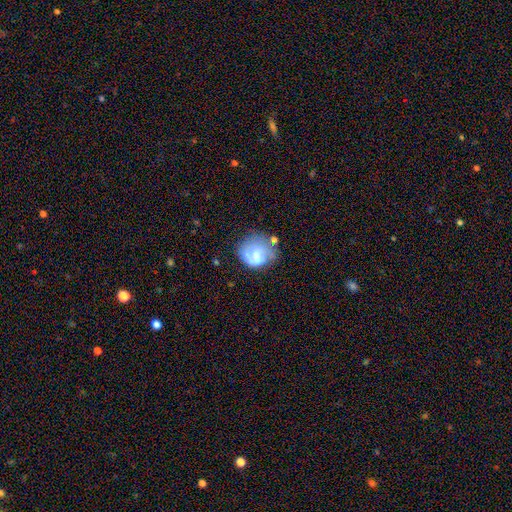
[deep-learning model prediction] A smooth galaxy with no disk features (46%).

Vote fractions:
- Smooth or featured? smooth: 46% / featured or disk: 45% / star or artifact: 9%
- Merging? none: 42% / minor disturbance: 27% / major disturbance: 21% / merger: 10%